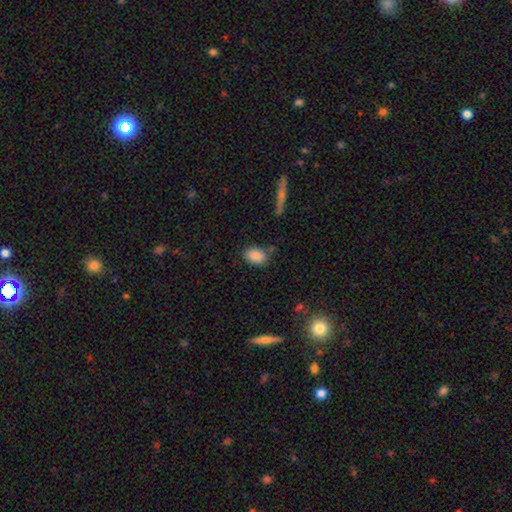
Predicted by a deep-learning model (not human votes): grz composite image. It shows a smooth galaxy with no disk features (87%) that is in between round and cigar-shaped (84%). Merging: none (75%).